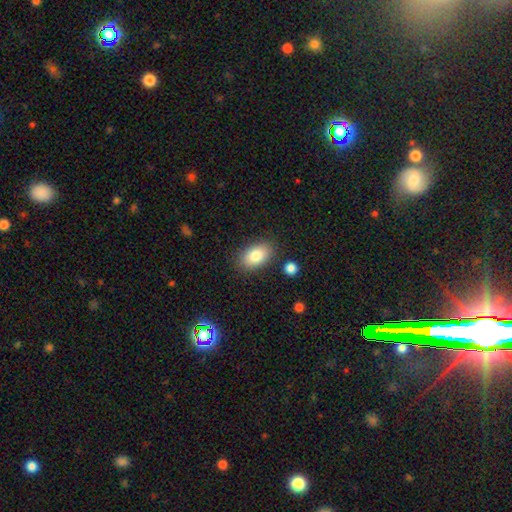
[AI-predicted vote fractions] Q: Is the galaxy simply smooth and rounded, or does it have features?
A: smooth — 83%.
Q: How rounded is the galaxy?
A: in between — 91%.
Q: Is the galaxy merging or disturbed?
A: none — 84%.